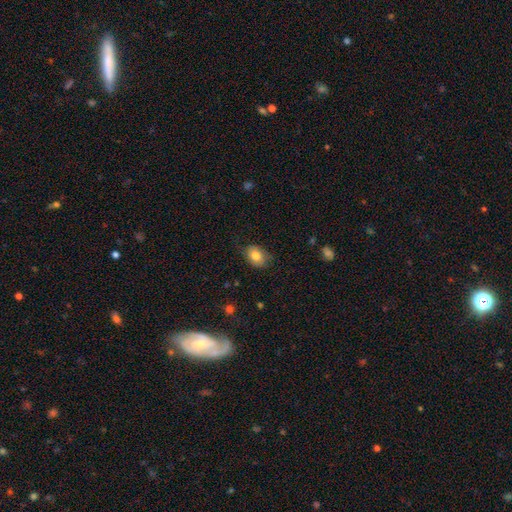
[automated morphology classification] A smooth galaxy with no disk features (78%) that is in between round and cigar-shaped (72%). Merging: none (73%).